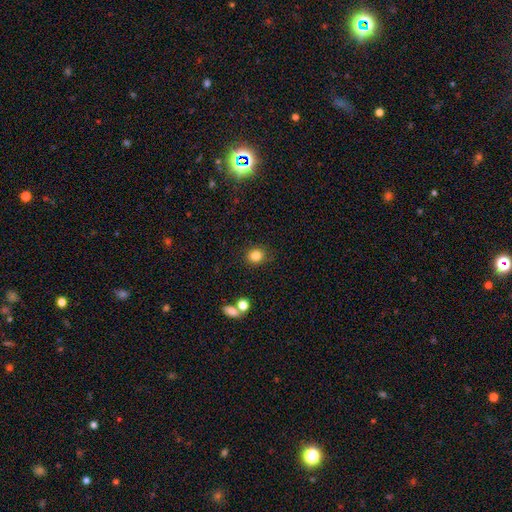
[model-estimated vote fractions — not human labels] A smooth galaxy with no disk features (84%) that is round (81%).

Vote fractions:
- Smooth or featured? smooth: 84% / star or artifact: 11% / featured or disk: 5%
- How rounded? round: 81% / in between: 18% / cigar-shaped: 1%
- Merging? none: 83% / minor disturbance: 11% / major disturbance: 3% / merger: 3%